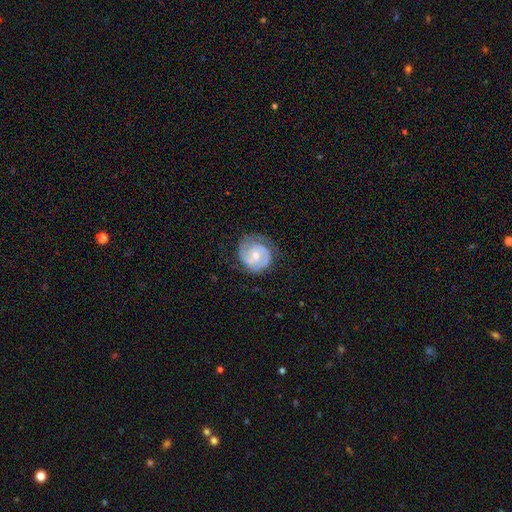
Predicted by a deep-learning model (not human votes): smooth-or-featured: featured or disk: 83% | smooth: 12% | star or artifact: 5%
  disk-edge-on: no: 98% | yes: 2%
    bar: no: 53% | weak: 39% | strong: 8%
    has-spiral-arms: yes: 96% | no: 4%
      spiral-winding: tight: 48% | medium: 42% | loose: 10%
      spiral-arm-count: 2: 78% | 3: 8% | can't tell: 8% | 1: 4% | 4: 2% | more than 4: 1%
    bulge-size: moderate: 50% | small: 46% | large: 2% | none: 1% | dominant: 1%
  merging: none: 73% | minor disturbance: 19% | major disturbance: 7% | merger: 1%